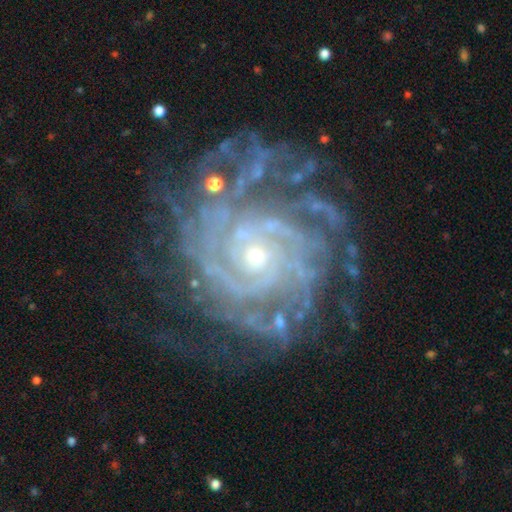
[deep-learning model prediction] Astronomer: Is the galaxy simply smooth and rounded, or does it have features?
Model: featured or disk — 92%.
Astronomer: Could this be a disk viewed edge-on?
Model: no — 98%.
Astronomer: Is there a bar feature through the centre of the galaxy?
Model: no — 74%.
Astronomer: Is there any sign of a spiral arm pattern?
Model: yes — 98%.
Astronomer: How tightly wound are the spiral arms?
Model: tight — 79%.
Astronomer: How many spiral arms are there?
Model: can't tell — 22% (runner-up: more than 4, 21%).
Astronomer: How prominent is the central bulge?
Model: small — 69%.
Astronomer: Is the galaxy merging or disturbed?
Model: none — 68%.